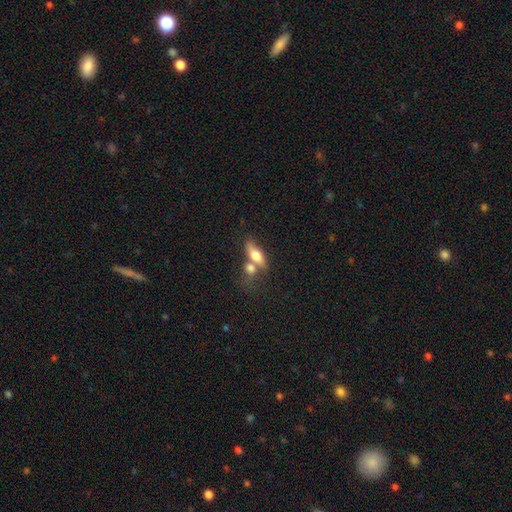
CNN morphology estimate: Smooth or featured? Predicted: smooth (p=0.61). How rounded? Predicted: in between (p=0.66). Merging? Predicted: merger (p=0.52).